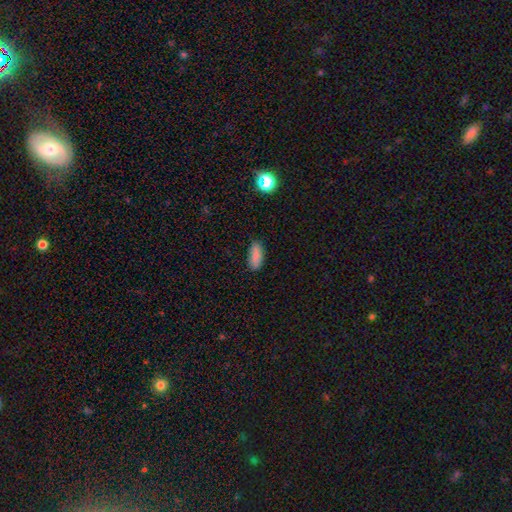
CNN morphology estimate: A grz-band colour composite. It shows a smooth galaxy with no disk features (85%) that is in between round and cigar-shaped (80%). Merging: none (84%).